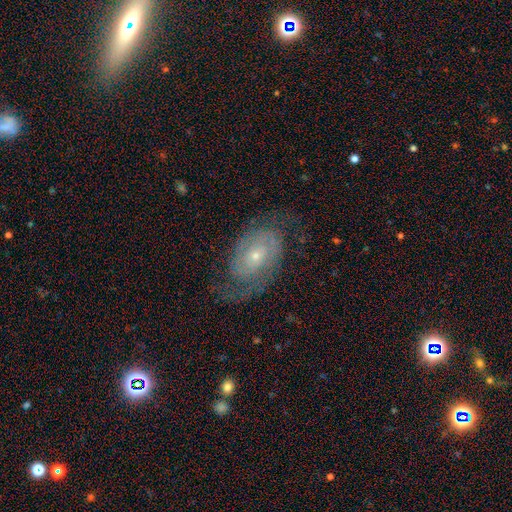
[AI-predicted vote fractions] Smooth or featured? featured or disk (79%)
Edge-on disk? no (96%)
Bar? no (67%)
Spiral arms? yes (91%)
Spiral winding? tight (51%)
Spiral arm count? 2 (66%)
Bulge size? small (65%)
Merging? none (66%)